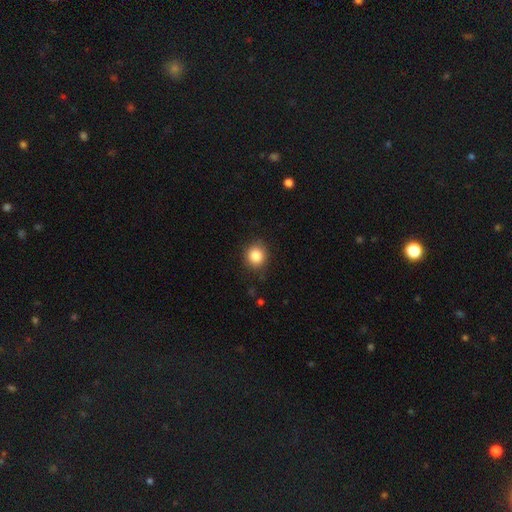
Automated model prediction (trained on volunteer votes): A smooth galaxy with no disk features (85%) that is round (83%).

Vote fractions:
- Smooth or featured? smooth: 85% / star or artifact: 10% / featured or disk: 5%
- How rounded? round: 83% / in between: 16% / cigar-shaped: 1%
- Merging? none: 86% / minor disturbance: 11% / major disturbance: 3% / merger: 1%